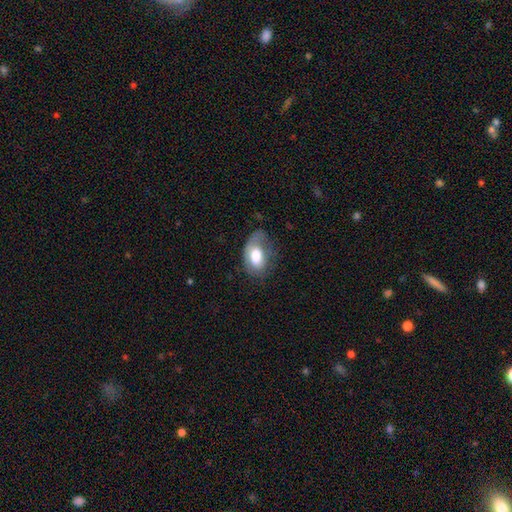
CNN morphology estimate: Smooth or featured: smooth — 66% (featured or disk — 27%)
How rounded: in between — 89% (round — 9%)
Merging: none — 38% (minor disturbance — 34%)